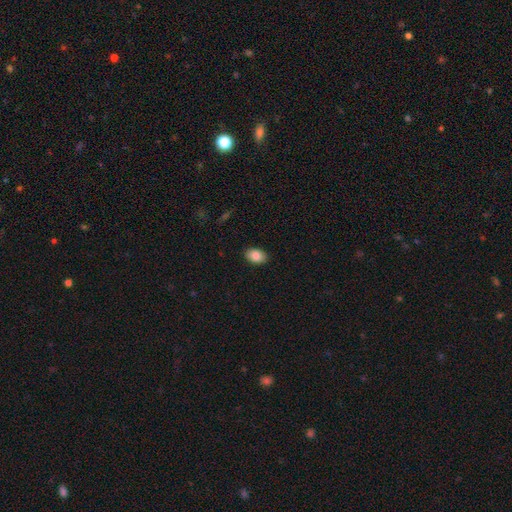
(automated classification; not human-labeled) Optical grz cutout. It shows a smooth galaxy with no disk features (87%) that is in between round and cigar-shaped (85%). Merging: none (89%).